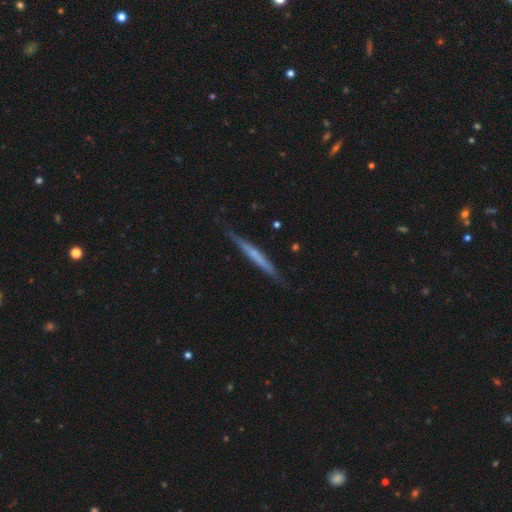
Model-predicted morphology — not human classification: Q: Smooth or featured?
A: featured or disk (56%); runner-up: smooth (38%)
Q: Edge-on disk?
A: yes (95%); runner-up: no (5%)
Q: Edge-on bulge?
A: none (69%); runner-up: rounded (25%)
Q: Merging?
A: none (83%); runner-up: minor disturbance (13%)